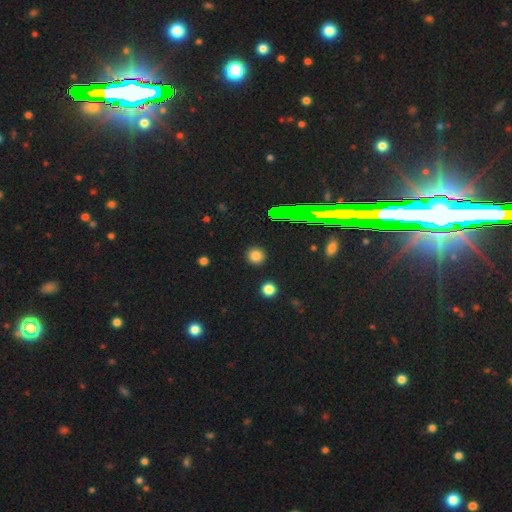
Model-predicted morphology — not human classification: A smooth galaxy with no disk features (78%) that is round (93%). Merging: none (91%).